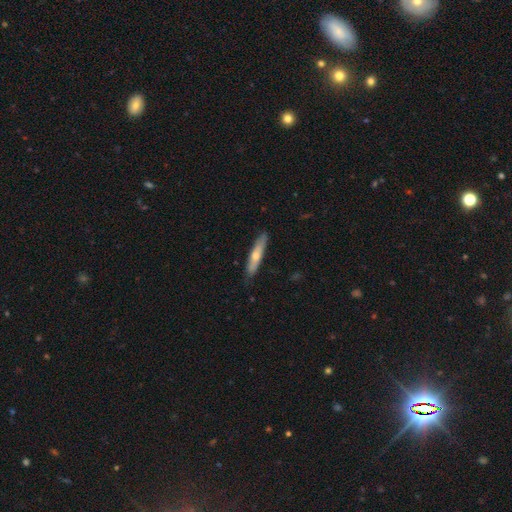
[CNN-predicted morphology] smooth 52%, featured or disk 42%, star or artifact 6%. Down the decision tree: how rounded — cigar-shaped (87%); merging — none (84%).